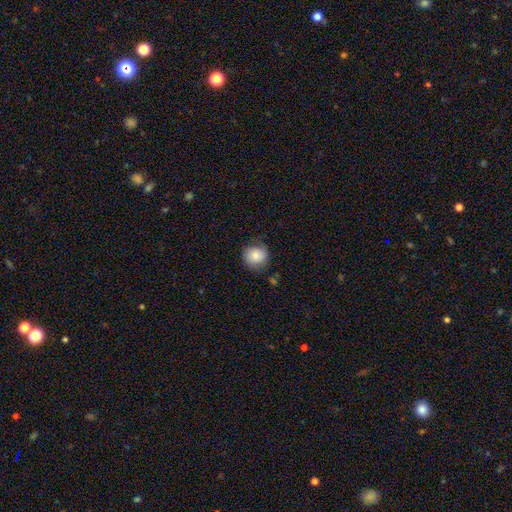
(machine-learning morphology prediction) Smooth or featured? smooth (83%)
How rounded? round (87%)
Merging? none (76%)